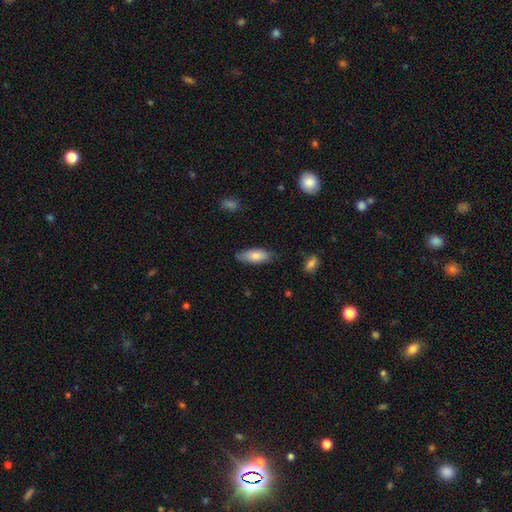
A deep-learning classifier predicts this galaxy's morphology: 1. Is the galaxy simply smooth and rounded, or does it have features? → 80% smooth, 14% featured or disk, 6% star or artifact.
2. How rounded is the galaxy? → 72% in between, 26% cigar-shaped, 2% round.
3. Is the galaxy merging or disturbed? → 75% none, 20% minor disturbance, 3% major disturbance, 2% merger.